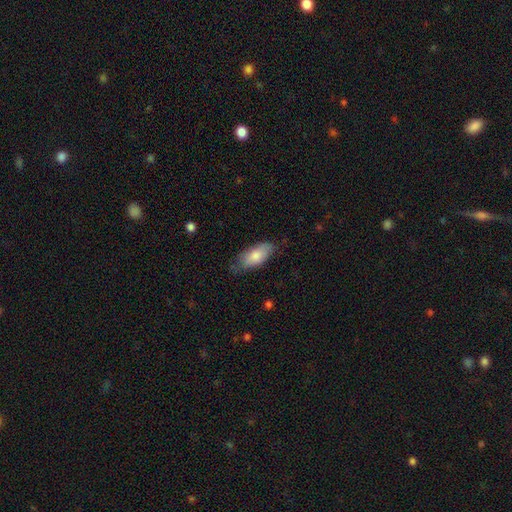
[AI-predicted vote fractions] Smooth or featured? smooth (79%)
How rounded? in between (87%)
Merging? none (69%)